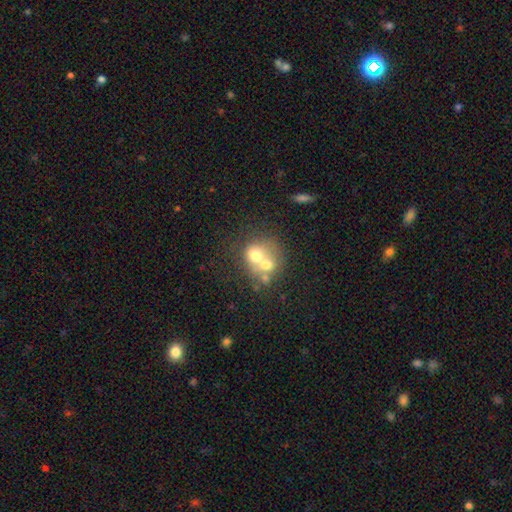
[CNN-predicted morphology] The model was most divided on "smooth or featured": smooth: 59%, featured or disk: 30%, star or artifact: 11%. More confident: how rounded — round (74%); merging — merger (67%).